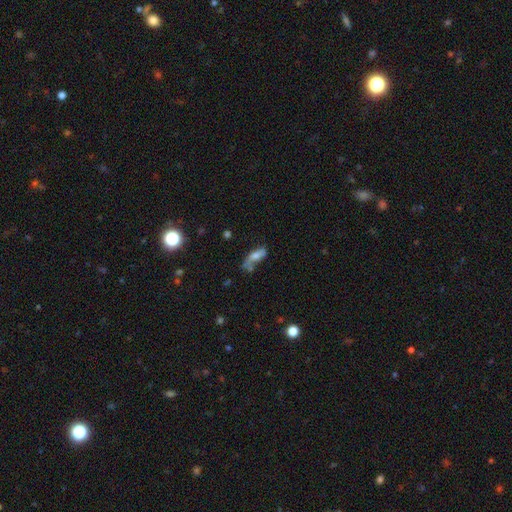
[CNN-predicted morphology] Overall: smooth (59%; featured or disk 29%). How rounded: in between (64%; cigar-shaped 32%). Merging: none (31%; minor disturbance 24%).